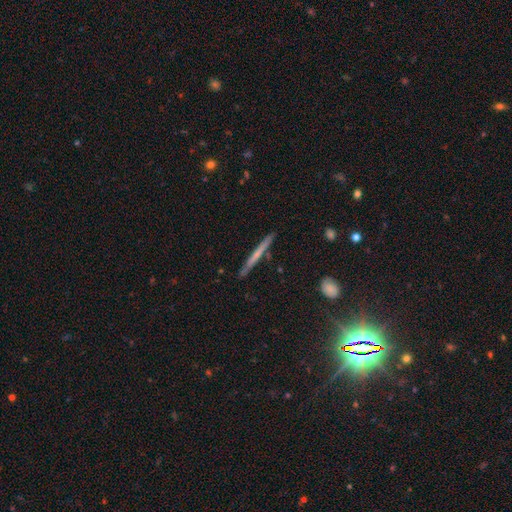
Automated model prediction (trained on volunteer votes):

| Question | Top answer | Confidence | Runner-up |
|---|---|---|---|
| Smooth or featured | featured or disk | 52% | smooth (41%) |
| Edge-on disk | yes | 97% | no (3%) |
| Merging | none | 90% | minor disturbance (7%) |